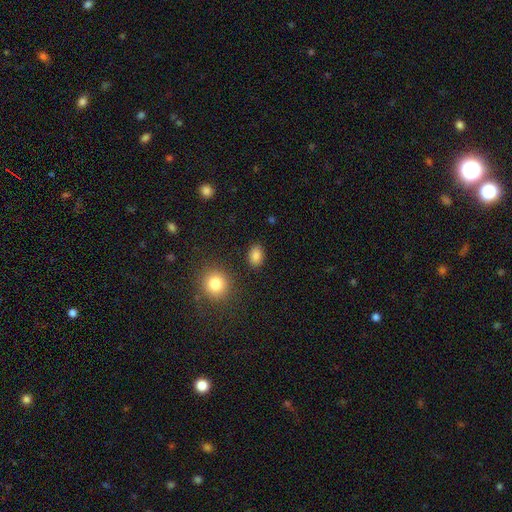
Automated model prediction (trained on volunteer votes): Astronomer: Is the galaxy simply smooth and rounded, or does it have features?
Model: smooth — 86%.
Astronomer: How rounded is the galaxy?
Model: in between — 74%.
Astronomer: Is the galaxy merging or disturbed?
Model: none — 86%.